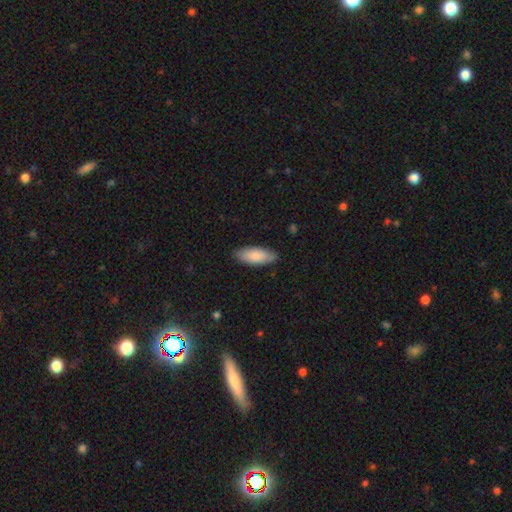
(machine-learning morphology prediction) type=smooth (85%); roundness=in between (76%); merging=none (87%).